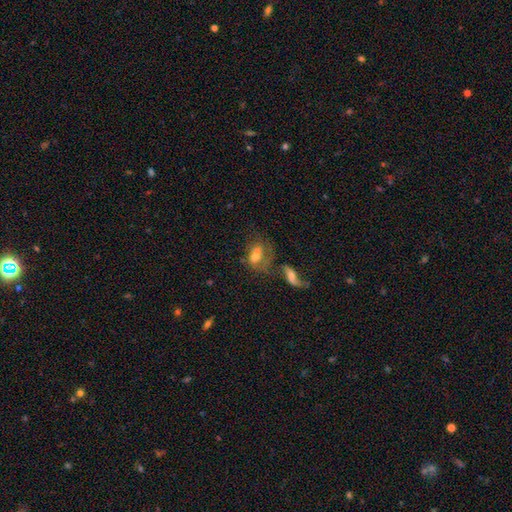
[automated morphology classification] This appears to be a smooth galaxy with no disk features (53%) that is in between round and cigar-shaped (80%). Merging: none (30%).